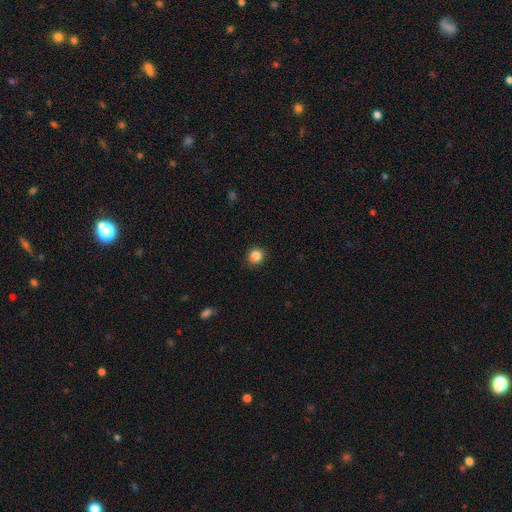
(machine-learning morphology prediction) smooth-or-featured: smooth: 85% | star or artifact: 11% | featured or disk: 4%
  how-rounded: round: 85% | in between: 14% | cigar-shaped: 1%
  merging: none: 83% | minor disturbance: 12% | major disturbance: 3% | merger: 2%